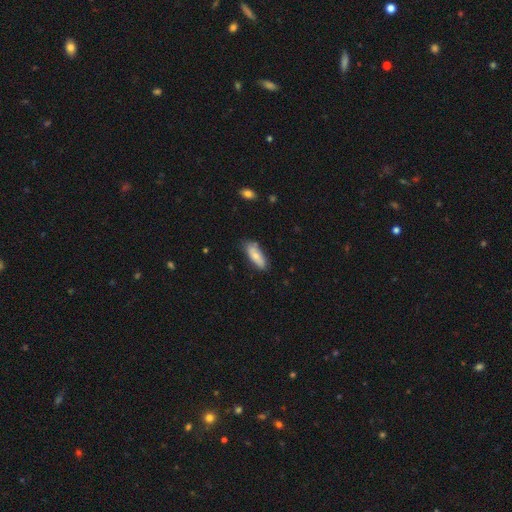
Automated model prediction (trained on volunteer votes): smooth 73%, featured or disk 20%, star or artifact 6%. Down the decision tree: how rounded — in between (68%); merging — none (74%).